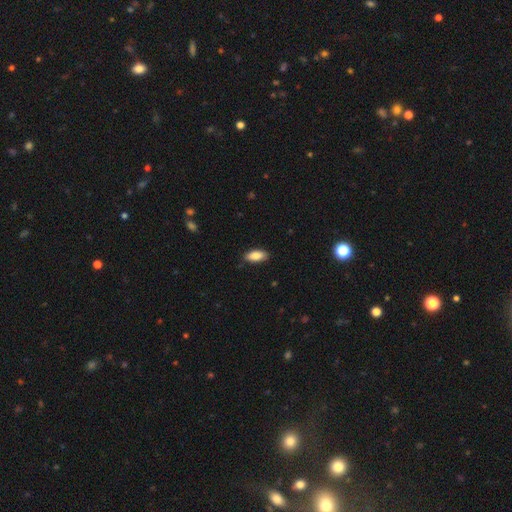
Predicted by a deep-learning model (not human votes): Overall: smooth (86%). How rounded: in between (88%). Merging: none (83%).